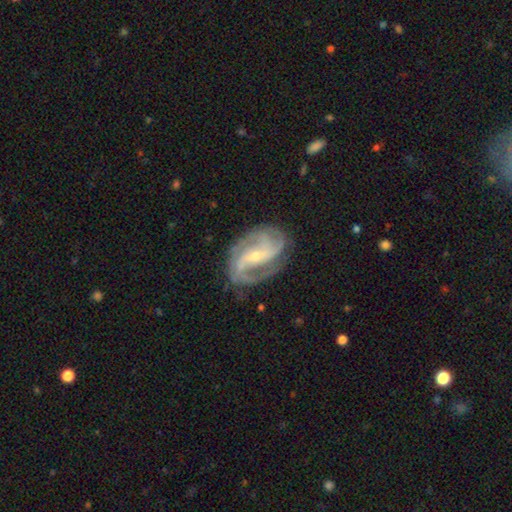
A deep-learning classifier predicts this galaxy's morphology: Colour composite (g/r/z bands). It shows a featured or disk galaxy (90%) with a strong bar (39%, tied with weak), 2 (51%) medium (49%) spiral arms (97%) and a small central bulge (66%). Merging: none (74%).